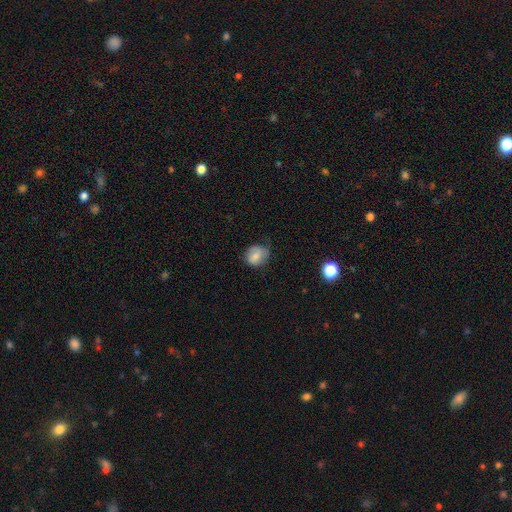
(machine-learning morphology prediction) A smooth galaxy with no disk features (76%) that is round (71%).

Vote fractions:
- Smooth or featured? smooth: 76% / featured or disk: 15% / star or artifact: 9%
- How rounded? round: 71% / in between: 28% / cigar-shaped: 1%
- Merging? none: 55% / minor disturbance: 35% / major disturbance: 9% / merger: 1%